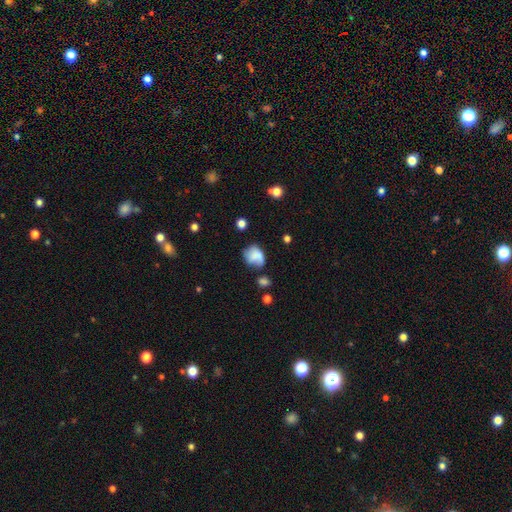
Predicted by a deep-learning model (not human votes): A smooth galaxy with no disk features (65%) that is in between round and cigar-shaped (53%). Merging: none (38%).